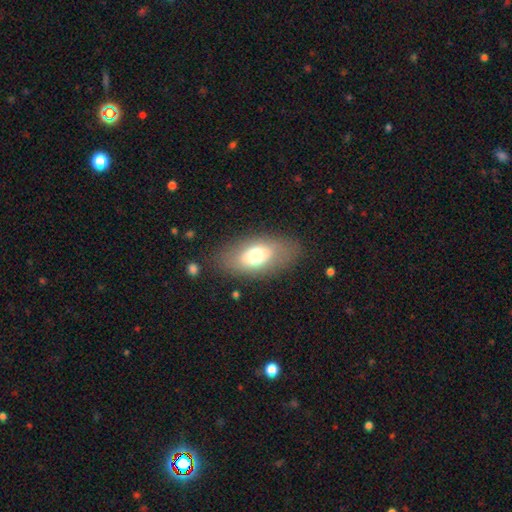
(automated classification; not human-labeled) Morphology: type=smooth (65%); roundness=in between (88%); merging=none (80%).